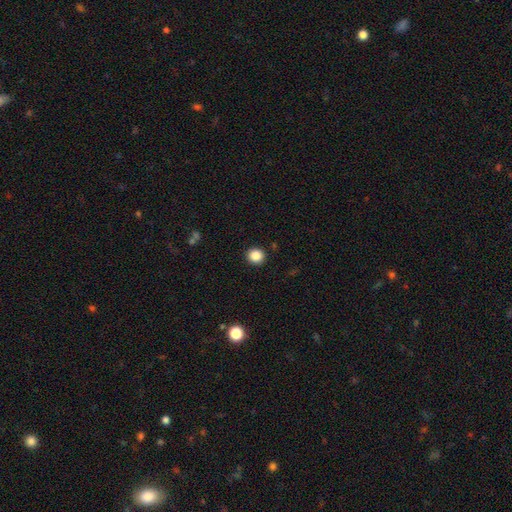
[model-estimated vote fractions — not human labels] Smooth or featured: smooth — 86% (star or artifact — 10%)
How rounded: round — 89% (in between — 10%)
Merging: none — 92% (minor disturbance — 5%)